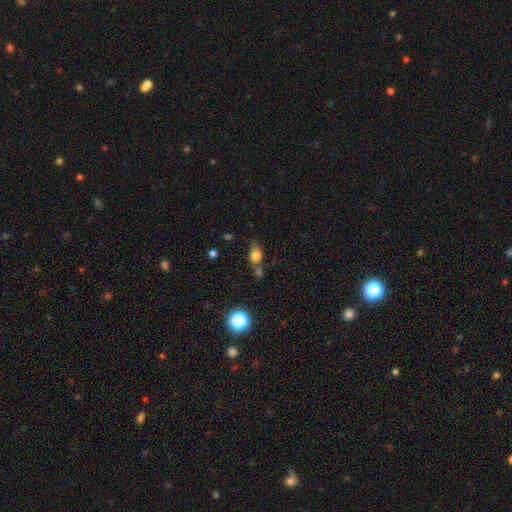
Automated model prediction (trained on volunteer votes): A smooth galaxy with no disk features (77%) that is in between round and cigar-shaped (64%). Merging: none (46%).